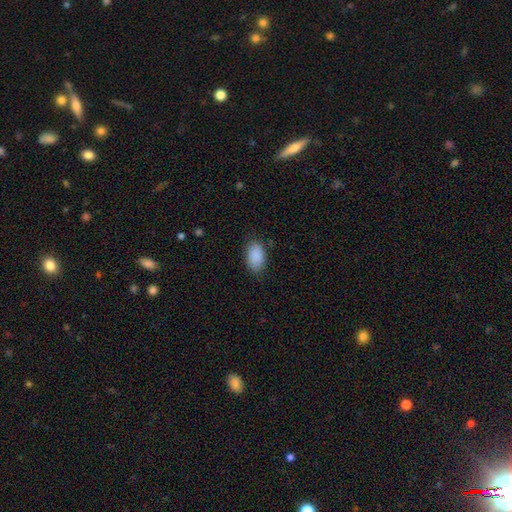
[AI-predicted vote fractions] Smooth or featured?
  - smooth: 90% *
  - star or artifact: 7%
  - featured or disk: 3%
How rounded?
  - in between: 93% *
  - round: 5%
  - cigar-shaped: 2%
Merging?
  - none: 81% *
  - minor disturbance: 15%
  - major disturbance: 3%
  - merger: 1%